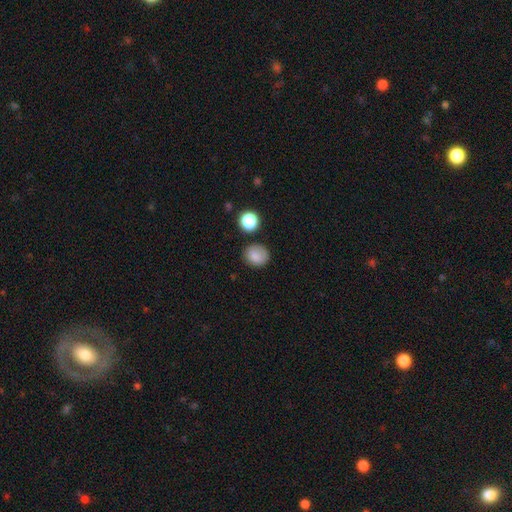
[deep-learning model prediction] Morphology: type=smooth (83%); roundness=round (68%); merging=none (76%).